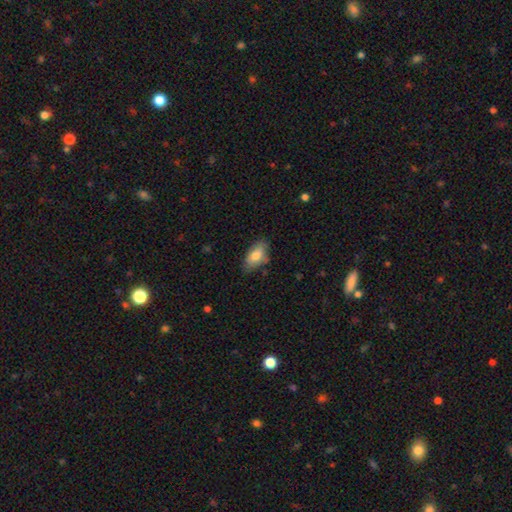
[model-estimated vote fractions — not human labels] smooth 78%, featured or disk 16%, star or artifact 7%. Down the decision tree: how rounded — in between (92%); merging — none (70%).